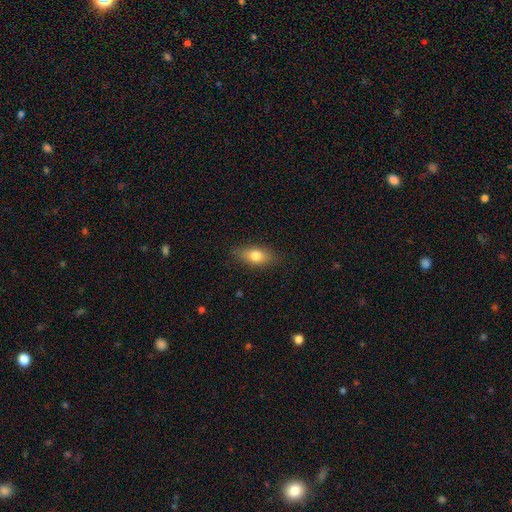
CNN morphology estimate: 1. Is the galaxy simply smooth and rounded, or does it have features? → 77% smooth, 15% featured or disk, 8% star or artifact.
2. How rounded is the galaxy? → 81% in between, 12% cigar-shaped, 7% round.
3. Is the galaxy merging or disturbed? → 83% none, 13% minor disturbance, 3% major disturbance, 1% merger.